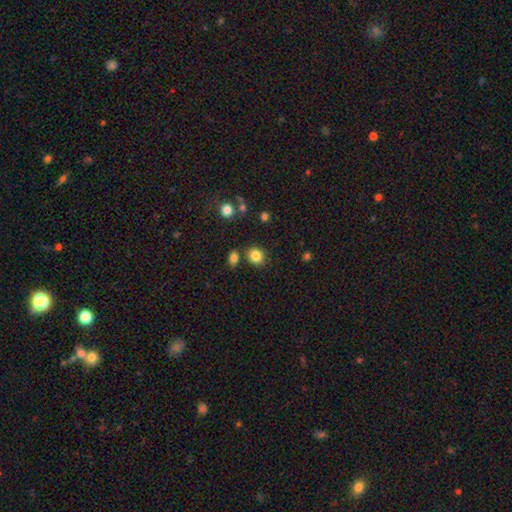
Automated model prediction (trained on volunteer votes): A smooth galaxy with no disk features (84%) that is round (73%). Merging: none (80%).